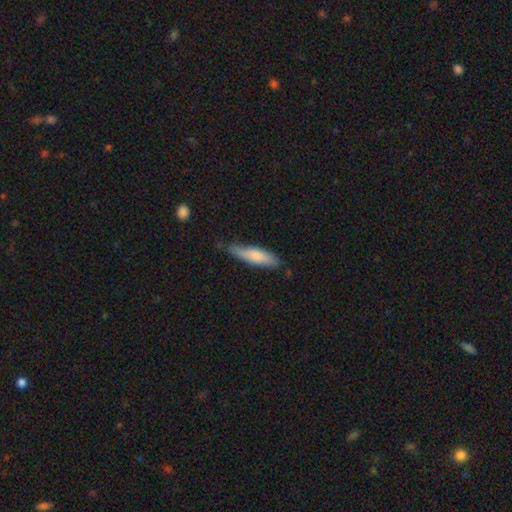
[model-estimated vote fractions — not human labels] smooth-or-featured: smooth: 74% | featured or disk: 20% | star or artifact: 5%
  how-rounded: cigar-shaped: 68% | in between: 31% | round: 2%
  merging: none: 65% | minor disturbance: 28% | major disturbance: 5% | merger: 2%